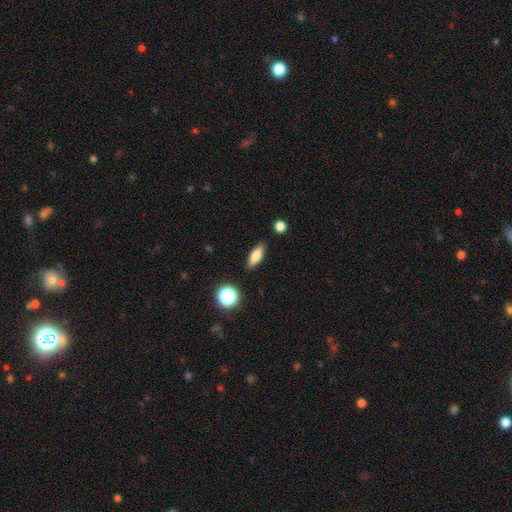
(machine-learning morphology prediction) Smooth or featured? smooth (71%)
How rounded? in between (66%)
Merging? none (86%)